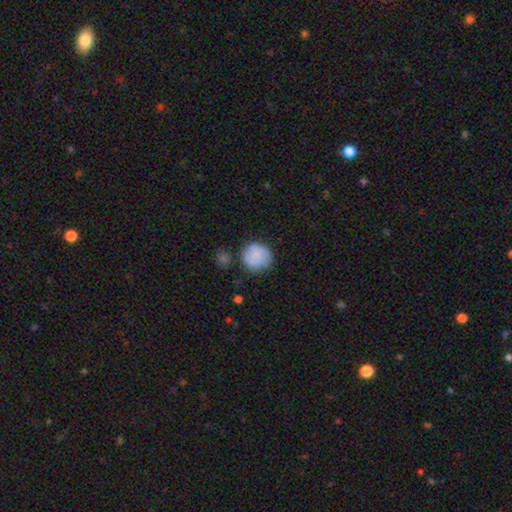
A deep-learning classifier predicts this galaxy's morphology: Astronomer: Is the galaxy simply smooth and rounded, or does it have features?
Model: smooth — 82%.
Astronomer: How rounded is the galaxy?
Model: round — 90%.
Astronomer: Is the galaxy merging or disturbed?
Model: none — 69%.